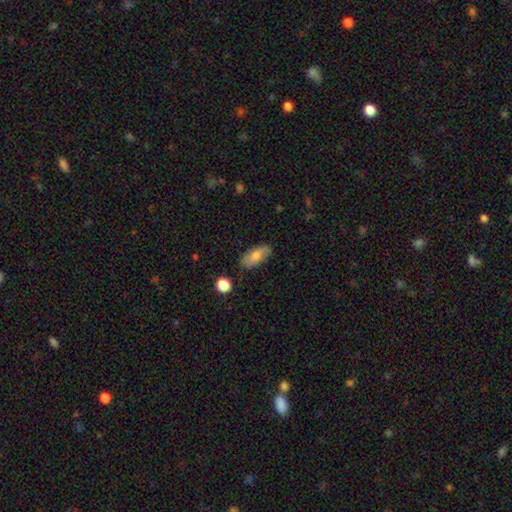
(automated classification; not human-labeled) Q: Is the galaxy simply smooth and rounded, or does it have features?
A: smooth — 73%.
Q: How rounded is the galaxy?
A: in between — 86%.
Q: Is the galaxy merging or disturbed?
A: none — 83%.